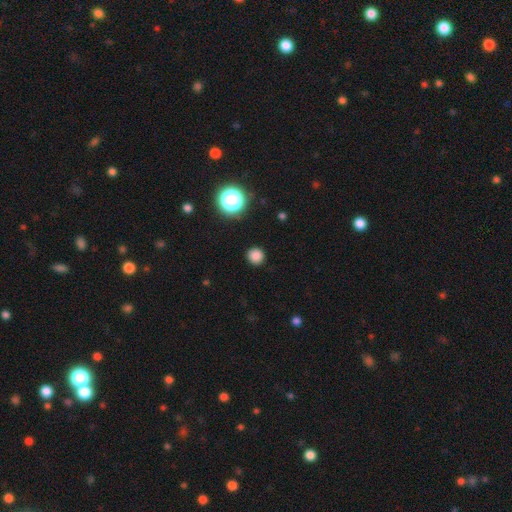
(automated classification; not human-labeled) Q: Smooth or featured?
A: smooth (82%); runner-up: star or artifact (15%)
Q: How rounded?
A: round (94%); runner-up: in between (5%)
Q: Merging?
A: none (91%); runner-up: minor disturbance (6%)